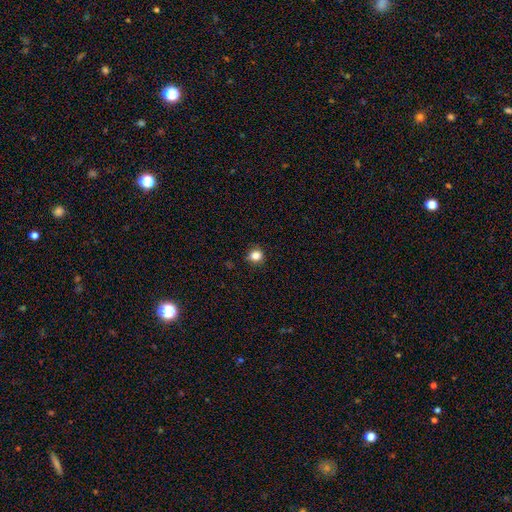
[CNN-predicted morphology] This appears to be a smooth galaxy with no disk features (83%) that is round (87%). Merging: none (87%).